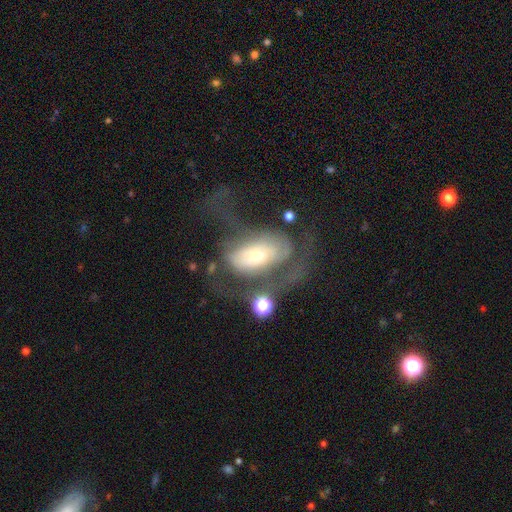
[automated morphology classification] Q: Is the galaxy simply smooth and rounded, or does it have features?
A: featured or disk — 61%.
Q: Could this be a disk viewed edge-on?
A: no — 92%.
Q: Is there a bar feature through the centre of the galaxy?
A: no — 68%.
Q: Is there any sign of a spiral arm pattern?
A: yes — 57%.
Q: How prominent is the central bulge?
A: moderate — 45%.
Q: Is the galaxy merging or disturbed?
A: major disturbance — 50%.